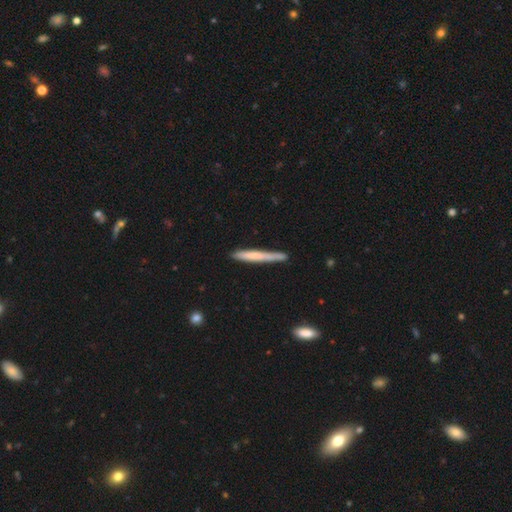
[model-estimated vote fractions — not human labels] Smooth or featured? smooth (62%)
How rounded? cigar-shaped (96%)
Merging? none (79%)